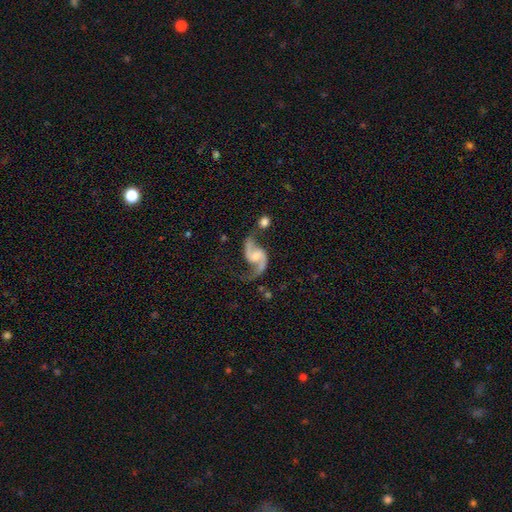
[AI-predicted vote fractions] smooth-or-featured: featured or disk: 91% | star or artifact: 5% | smooth: 5%
  disk-edge-on: no: 98% | yes: 2%
    bar: no: 46% | weak: 42% | strong: 13%
    has-spiral-arms: yes: 97% | no: 3%
      spiral-winding: loose: 67% | medium: 28% | tight: 5%
      spiral-arm-count: 2: 93% | 1: 2% | can't tell: 1% | 3: 1% | 4: 1% | more than 4: 1%
    bulge-size: small: 34% | none: 29% | moderate: 28% | large: 8% | dominant: 2%
  merging: none: 60% | minor disturbance: 18% | major disturbance: 13% | merger: 10%